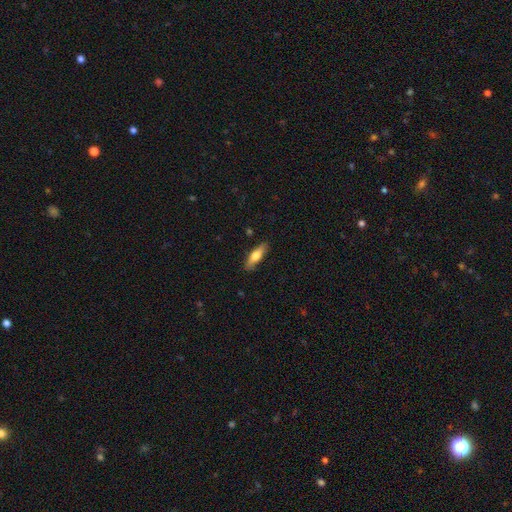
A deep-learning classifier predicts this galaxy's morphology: This is likely a smooth galaxy (63%). How rounded: possibly cigar-shaped (60%). Merging: clearly none (85%).